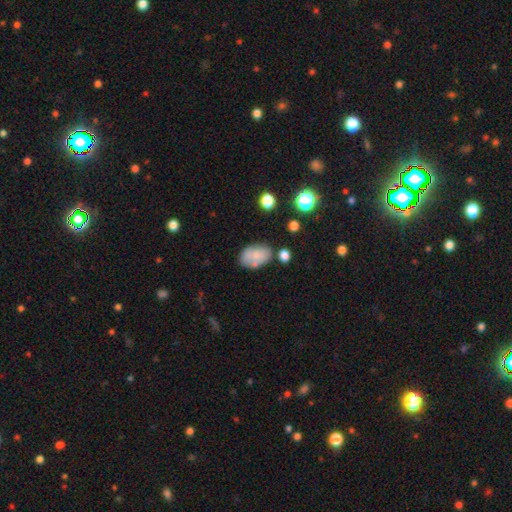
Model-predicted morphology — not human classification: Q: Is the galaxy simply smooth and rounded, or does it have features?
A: smooth — 71%.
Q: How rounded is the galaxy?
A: in between — 88%.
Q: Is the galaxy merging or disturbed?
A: none — 58%.